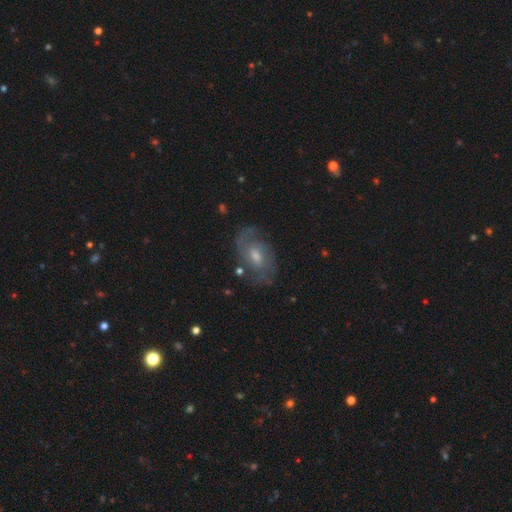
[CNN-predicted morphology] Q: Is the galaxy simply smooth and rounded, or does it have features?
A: featured or disk — 75%.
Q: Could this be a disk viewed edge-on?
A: no — 96%.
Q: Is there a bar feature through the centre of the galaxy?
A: weak — 46%, tied with no.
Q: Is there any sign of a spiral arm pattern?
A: yes — 90%.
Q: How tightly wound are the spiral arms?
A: medium — 45%.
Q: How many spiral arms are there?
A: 2 — 68%.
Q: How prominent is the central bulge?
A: moderate — 59%.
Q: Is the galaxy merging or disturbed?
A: none — 75%.